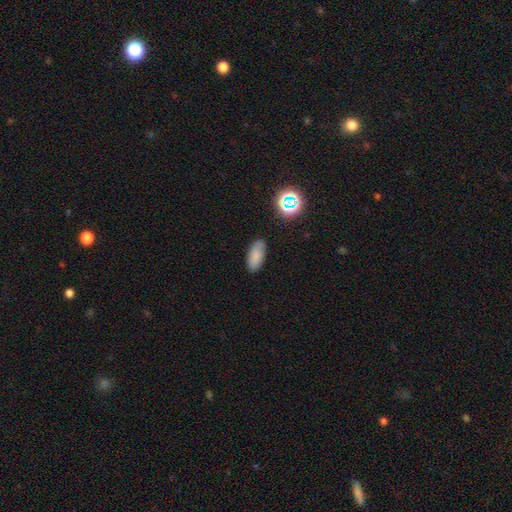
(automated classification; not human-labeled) Smooth or featured: smooth — 80% (star or artifact — 11%)
How rounded: in between — 87% (cigar-shaped — 10%)
Merging: none — 82% (minor disturbance — 14%)